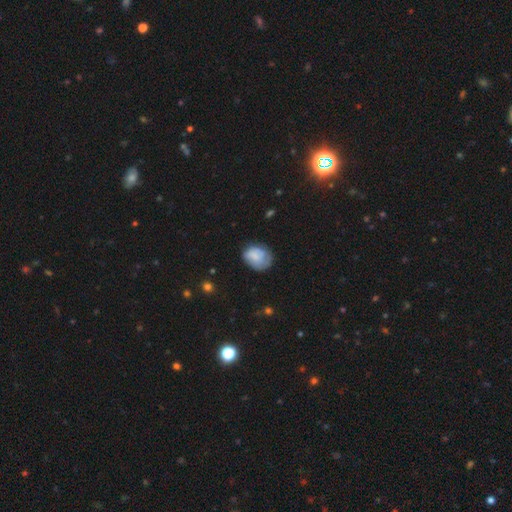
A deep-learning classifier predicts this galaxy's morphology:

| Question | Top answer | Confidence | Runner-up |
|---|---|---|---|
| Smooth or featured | smooth | 71% | featured or disk (21%) |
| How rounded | in between | 54% | round (45%) |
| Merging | none | 60% | minor disturbance (28%) |